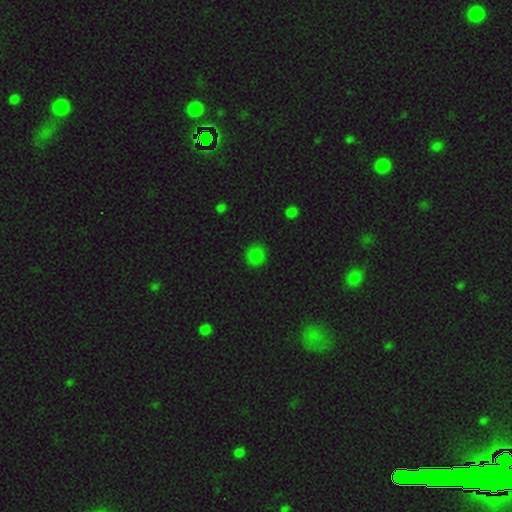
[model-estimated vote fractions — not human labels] Smooth or featured? Predicted: smooth (p=0.81). How rounded? Predicted: round (p=0.91). Merging? Predicted: none (p=0.89).